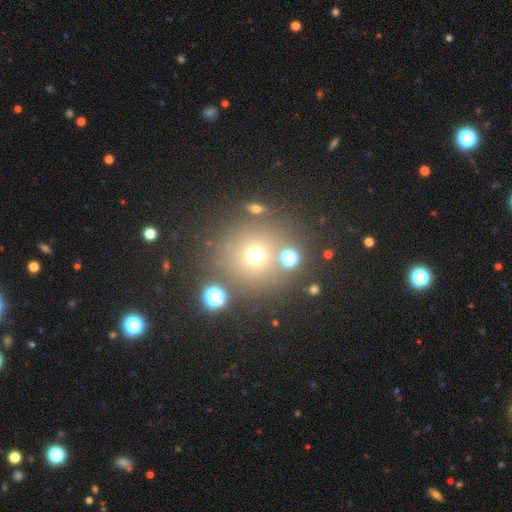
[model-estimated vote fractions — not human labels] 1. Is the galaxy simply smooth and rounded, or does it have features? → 64% smooth, 25% star or artifact, 11% featured or disk.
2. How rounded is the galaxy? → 92% round, 7% in between, 1% cigar-shaped.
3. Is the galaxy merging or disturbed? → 77% none, 9% minor disturbance, 9% merger, 5% major disturbance.